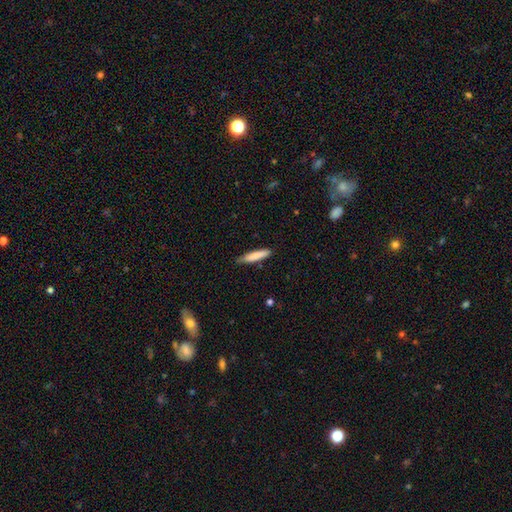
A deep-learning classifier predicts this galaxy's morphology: smooth-or-featured: smooth: 81% | featured or disk: 13% | star or artifact: 6%
  how-rounded: cigar-shaped: 85% | in between: 13% | round: 1%
  merging: none: 79% | minor disturbance: 17% | major disturbance: 2% | merger: 2%